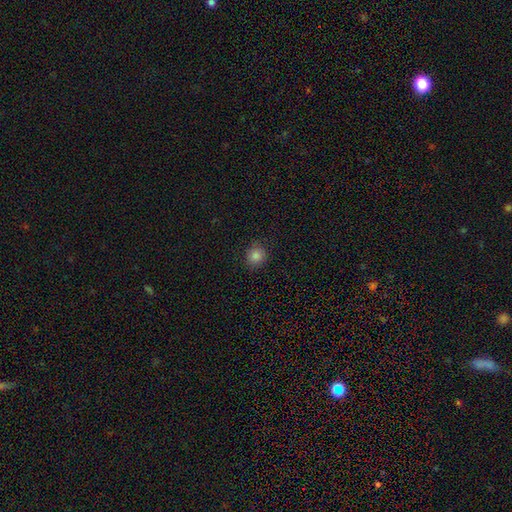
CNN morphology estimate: Smooth or featured: smooth — 84% (star or artifact — 12%)
How rounded: round — 87% (in between — 12%)
Merging: none — 87% (minor disturbance — 9%)